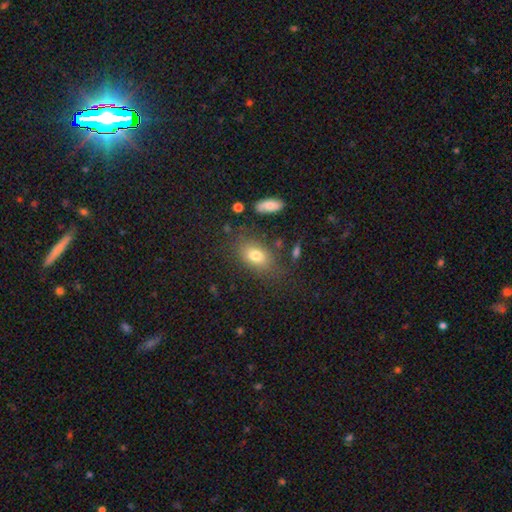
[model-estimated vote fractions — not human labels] Smooth or featured?
  - smooth: 77% *
  - featured or disk: 12%
  - star or artifact: 11%
How rounded?
  - in between: 82% *
  - round: 16%
  - cigar-shaped: 3%
Merging?
  - none: 75% *
  - minor disturbance: 15%
  - major disturbance: 7%
  - merger: 4%